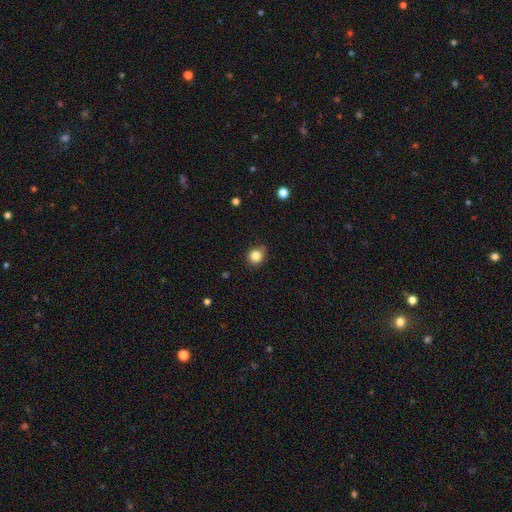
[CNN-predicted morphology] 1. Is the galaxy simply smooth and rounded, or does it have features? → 83% smooth, 11% star or artifact, 5% featured or disk.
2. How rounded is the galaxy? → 87% round, 12% in between, 1% cigar-shaped.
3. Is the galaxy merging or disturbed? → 77% none, 16% minor disturbance, 3% merger, 3% major disturbance.